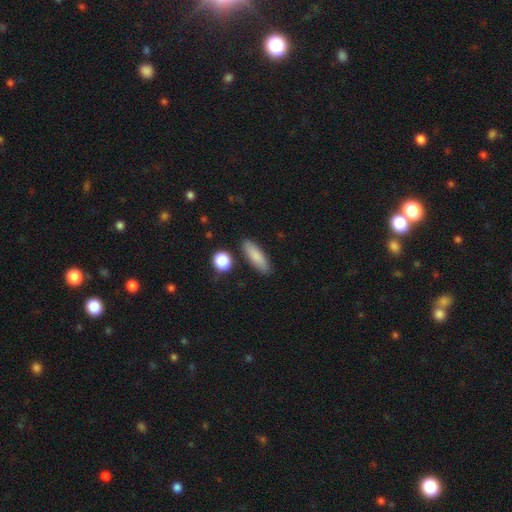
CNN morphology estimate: Q: Smooth or featured?
A: smooth (83%); runner-up: featured or disk (10%)
Q: How rounded?
A: cigar-shaped (52%); runner-up: in between (46%)
Q: Merging?
A: none (85%); runner-up: minor disturbance (9%)